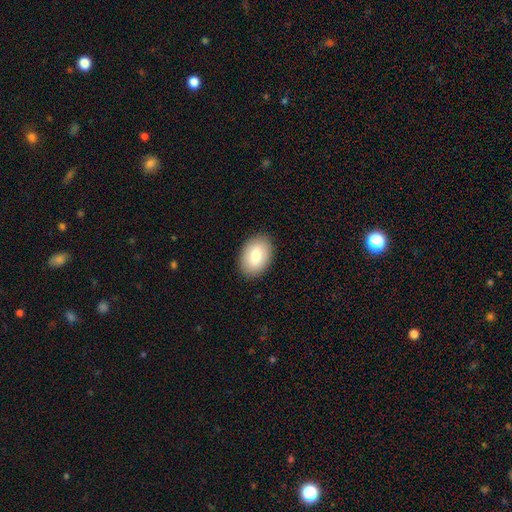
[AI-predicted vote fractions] Smooth or featured? Predicted: smooth (p=0.76). How rounded? Predicted: in between (p=0.86). Merging? Predicted: none (p=0.88).